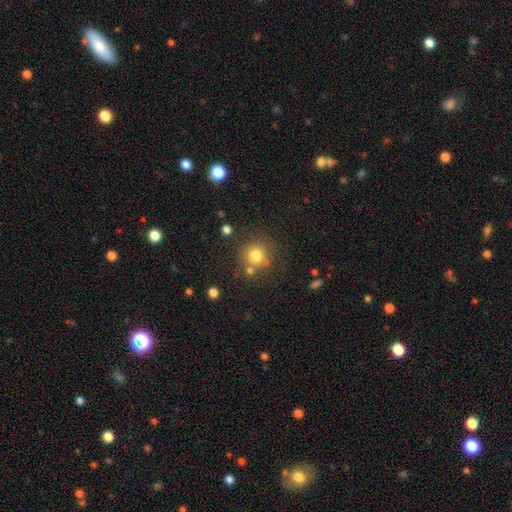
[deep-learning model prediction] This appears to be a smooth galaxy with no disk features (77%) that is round (91%). Merging: none (73%).